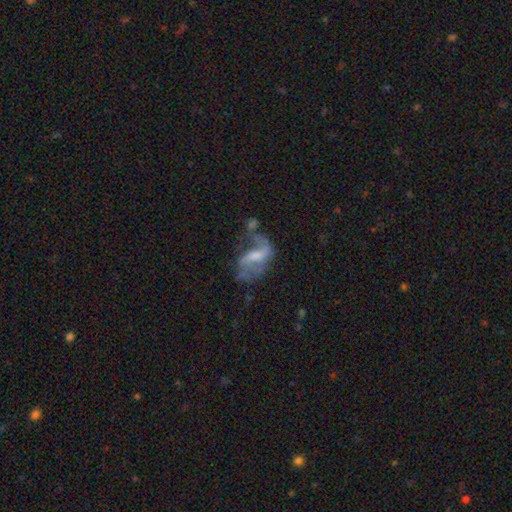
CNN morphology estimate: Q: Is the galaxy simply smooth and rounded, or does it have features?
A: featured or disk — 72%.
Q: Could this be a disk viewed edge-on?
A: no — 96%.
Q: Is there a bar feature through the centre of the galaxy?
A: weak — 49%.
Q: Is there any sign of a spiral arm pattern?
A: yes — 75%.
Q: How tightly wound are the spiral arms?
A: loose — 60%.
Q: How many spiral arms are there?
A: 2 — 71%.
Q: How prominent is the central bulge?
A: moderate — 38%.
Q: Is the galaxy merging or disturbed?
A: none — 34%.